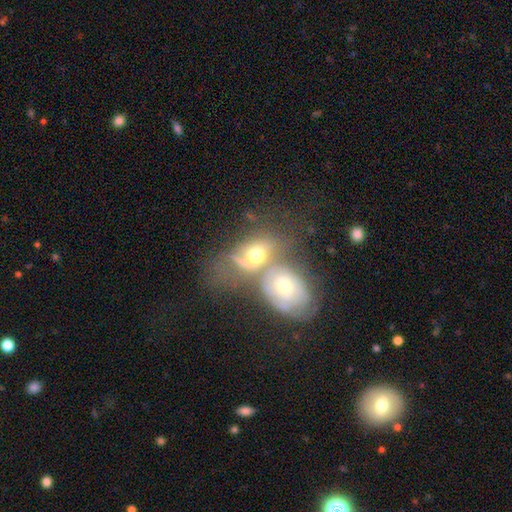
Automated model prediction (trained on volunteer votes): Smooth or featured?
  - smooth: 45% * (tied)
  - featured or disk: 45% * (tied)
  - star or artifact: 10%
Merging?
  - merger: 65% *
  - none: 16%
  - major disturbance: 10%
  - minor disturbance: 8%